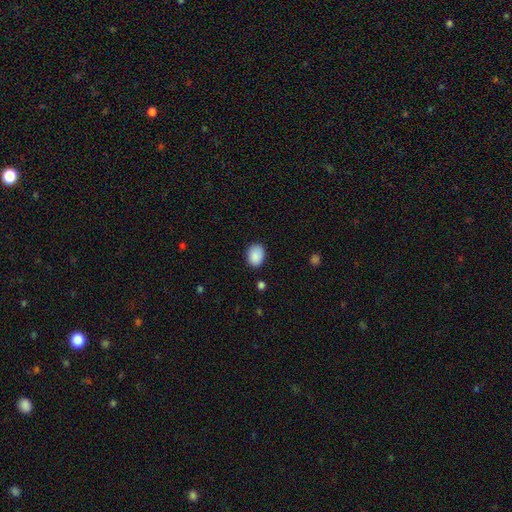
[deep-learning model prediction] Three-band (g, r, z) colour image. It shows a smooth galaxy with no disk features (89%) that is in between round and cigar-shaped (64%). Merging: none (83%).